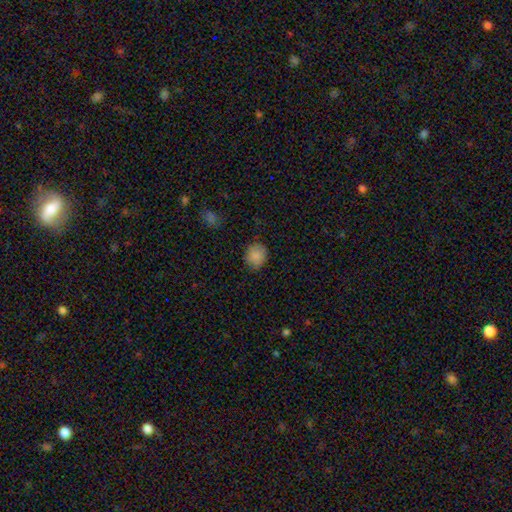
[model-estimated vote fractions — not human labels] Smooth or featured: smooth — 87% (star or artifact — 9%)
How rounded: round — 74% (in between — 25%)
Merging: none — 84% (minor disturbance — 12%)